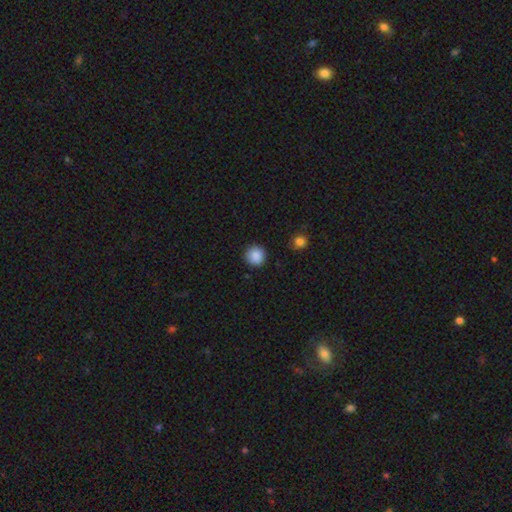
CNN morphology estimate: This is clearly a smooth galaxy (88%). How rounded: clearly round (94%). Merging: clearly none (91%).